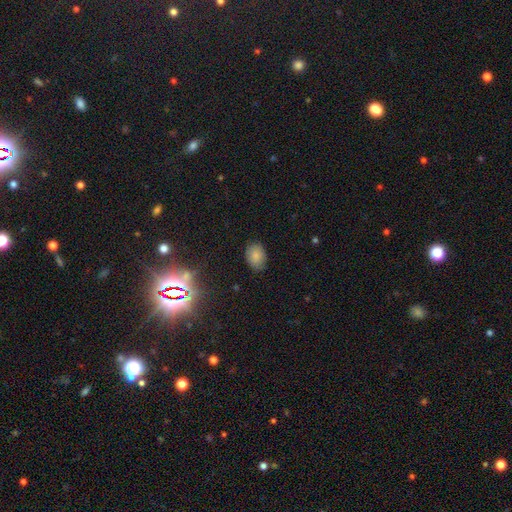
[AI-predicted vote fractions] Smooth or featured: smooth — 81% (star or artifact — 12%)
How rounded: in between — 78% (round — 21%)
Merging: none — 84% (minor disturbance — 12%)